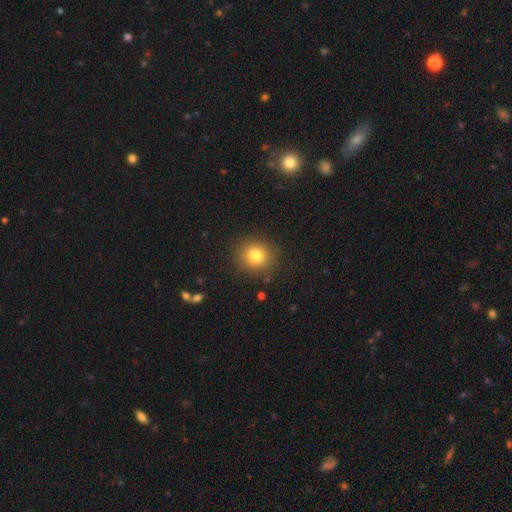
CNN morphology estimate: smooth 80%, star or artifact 12%, featured or disk 8%. Down the decision tree: how rounded — round (86%); merging — none (88%).